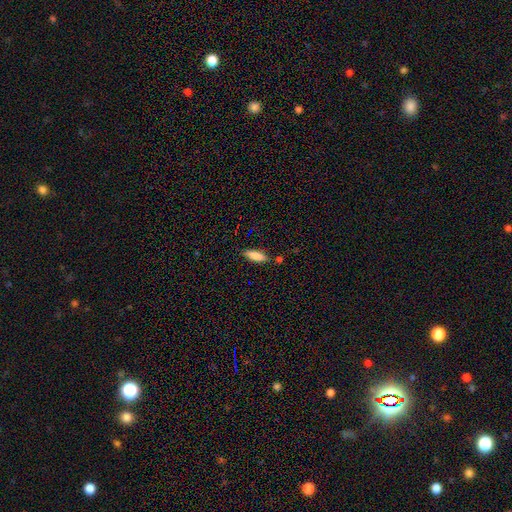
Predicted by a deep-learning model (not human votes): This is clearly a smooth galaxy (86%). How rounded: possibly in between (52%). Merging: likely none (78%).